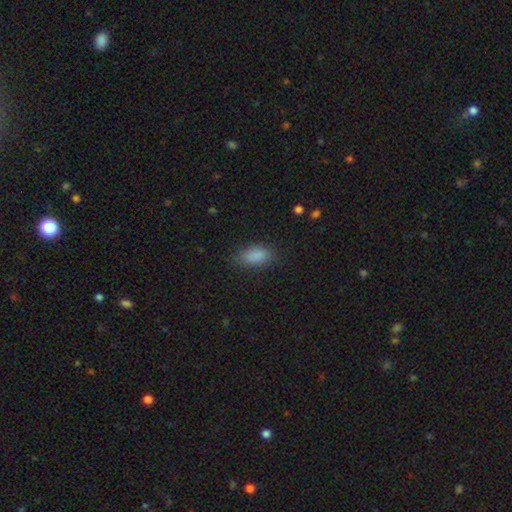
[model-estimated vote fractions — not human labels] A smooth galaxy with no disk features (86%) that is in between round and cigar-shaped (90%). Merging: none (78%).